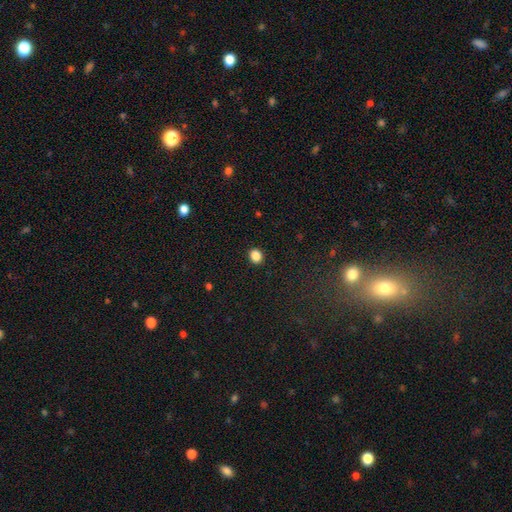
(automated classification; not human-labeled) Smooth or featured?
  - smooth: 86% *
  - star or artifact: 11%
  - featured or disk: 3%
How rounded?
  - round: 71% *
  - in between: 28%
  - cigar-shaped: 1%
Merging?
  - none: 92% *
  - minor disturbance: 5%
  - major disturbance: 2%
  - merger: 1%